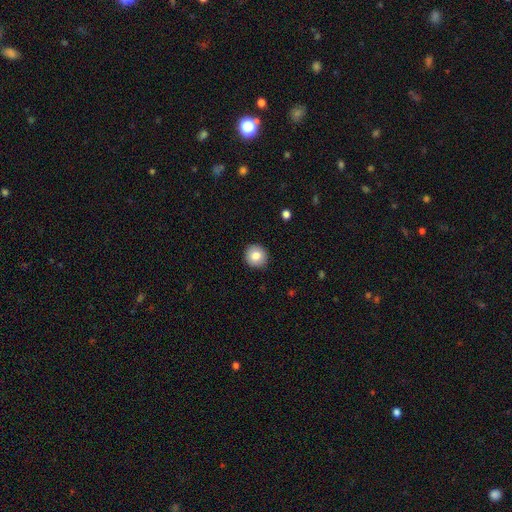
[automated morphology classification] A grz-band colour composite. It shows a smooth galaxy with no disk features (83%) that is round (93%). Merging: none (91%).